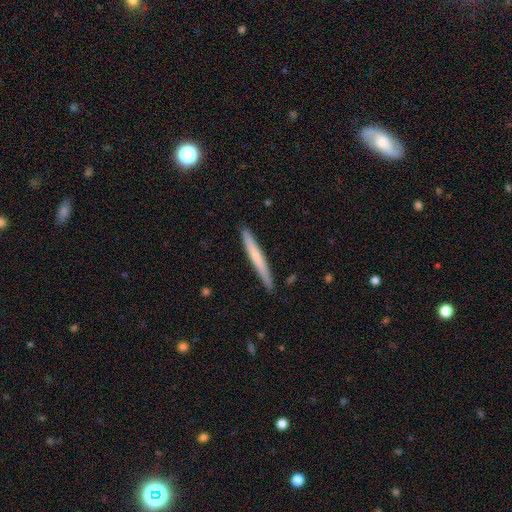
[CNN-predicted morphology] smooth 56%, featured or disk 38%, star or artifact 6%. Down the decision tree: how rounded — cigar-shaped (97%); merging — none (90%).